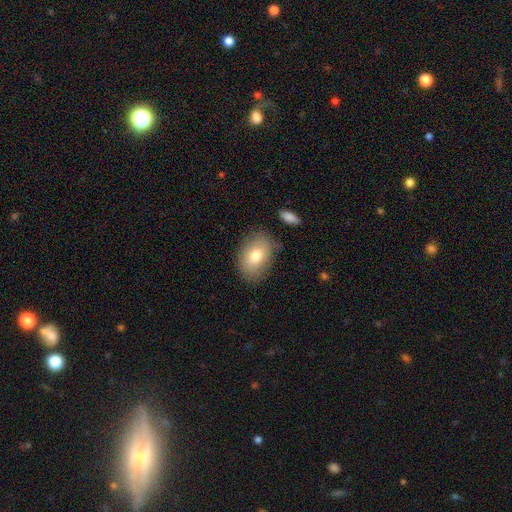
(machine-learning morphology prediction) smooth-or-featured: smooth: 77% | featured or disk: 15% | star or artifact: 8%
  how-rounded: in between: 80% | round: 19% | cigar-shaped: 1%
  merging: none: 80% | minor disturbance: 14% | major disturbance: 4% | merger: 2%